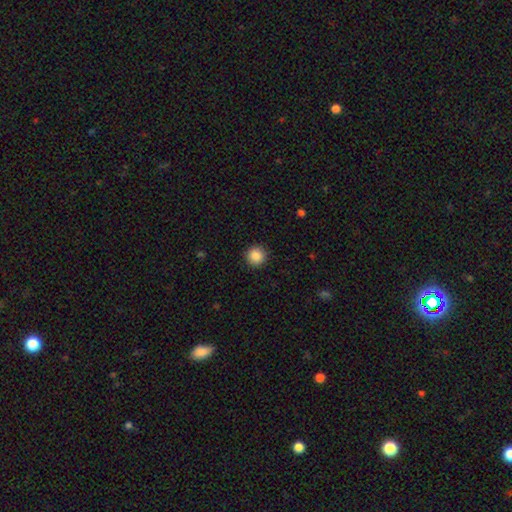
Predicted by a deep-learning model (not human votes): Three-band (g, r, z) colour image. It shows a smooth galaxy with no disk features (88%) that is round (95%). Merging: none (92%).